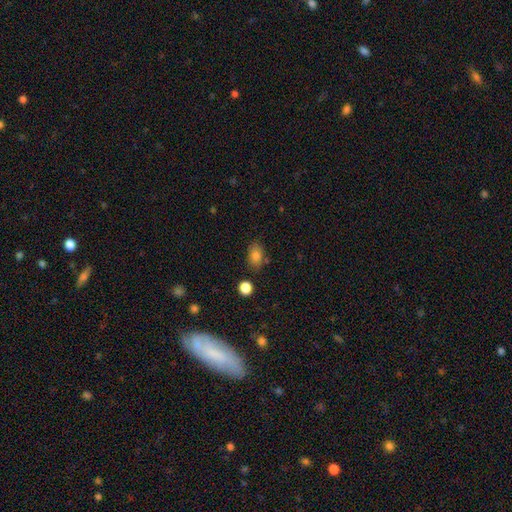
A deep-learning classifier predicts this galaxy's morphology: The model was most divided on "merging": none: 76%, minor disturbance: 15%, merger: 5%, major disturbance: 4%. More confident: smooth or featured — smooth (82%); how rounded — in between (81%).